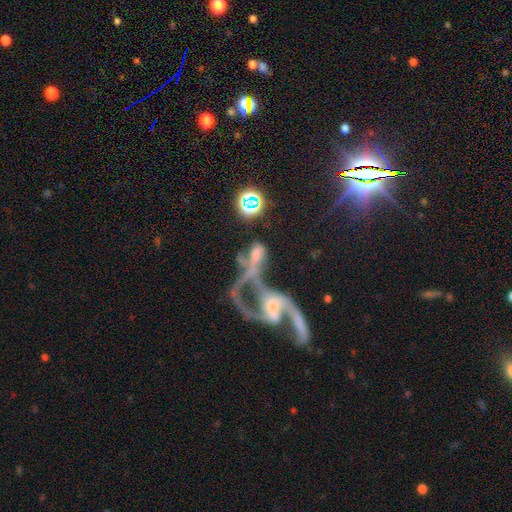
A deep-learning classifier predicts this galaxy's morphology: A featured or disk galaxy (62%) with no bar (56%), spiral arms (65%) and a small central bulge (35%).

Vote fractions:
- Smooth or featured? featured or disk: 62% / smooth: 19% / star or artifact: 18%
- Edge-on disk? no: 92% / yes: 8%
- Bar? no: 56% / weak: 28% / strong: 16%
- Spiral arms? yes: 65% / no: 35%
- Bulge size? small: 35% / none: 28% / moderate: 27% / large: 7% / dominant: 3%
- Merging? merger: 56% / major disturbance: 21% / none: 15% / minor disturbance: 8%